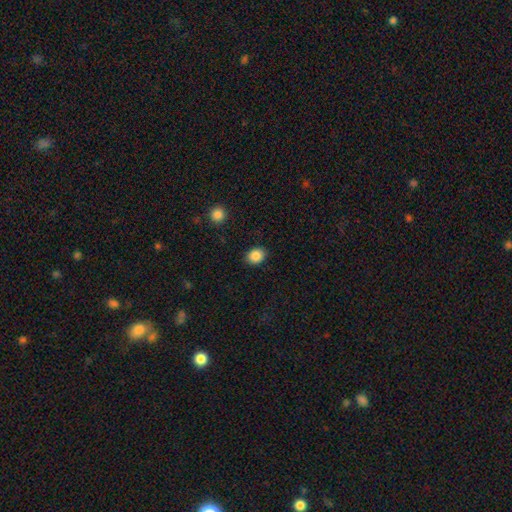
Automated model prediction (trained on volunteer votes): smooth-or-featured: smooth: 87% | star or artifact: 9% | featured or disk: 4%
  how-rounded: in between: 52% | round: 47% | cigar-shaped: 1%
  merging: none: 89% | minor disturbance: 8% | major disturbance: 2% | merger: 1%